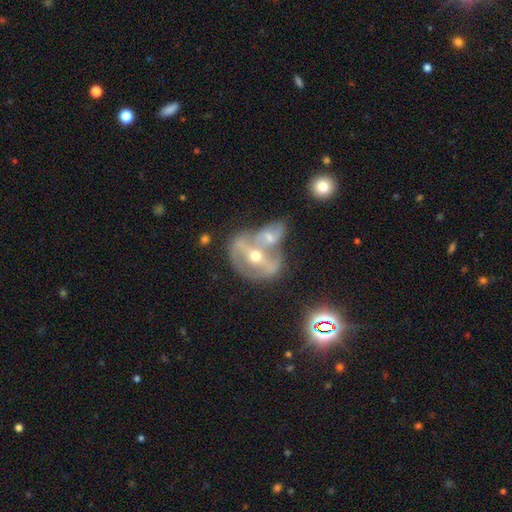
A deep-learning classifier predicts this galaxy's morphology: Q: Smooth or featured?
A: featured or disk (73%); runner-up: smooth (18%)
Q: Edge-on disk?
A: no (93%); runner-up: yes (7%)
Q: Bar?
A: strong (37%); runner-up: no (32%)
Q: Spiral arms?
A: yes (56%); runner-up: no (44%)
Q: Bulge size?
A: moderate (71%); runner-up: small (22%)
Q: Merging?
A: merger (59%); runner-up: none (24%)